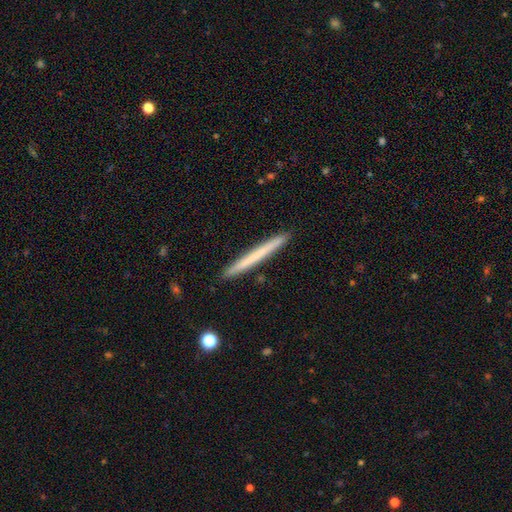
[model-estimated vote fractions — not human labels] A smooth galaxy with no disk features (61%) that is cigar-shaped (98%).

Vote fractions:
- Smooth or featured? smooth: 61% / featured or disk: 34% / star or artifact: 6%
- How rounded? cigar-shaped: 98% / in between: 1% / round: 1%
- Merging? none: 92% / minor disturbance: 6% / merger: 1% / major disturbance: 1%